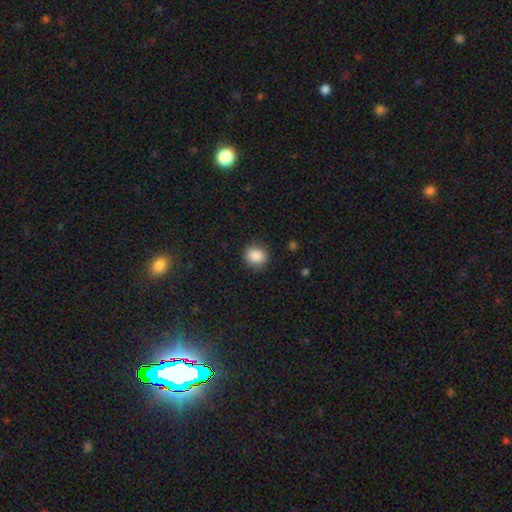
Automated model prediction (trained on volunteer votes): The model was most divided on "how rounded": round: 78%, in between: 21%, cigar-shaped: 1%. More confident: merging — none (88%); smooth or featured — smooth (88%).